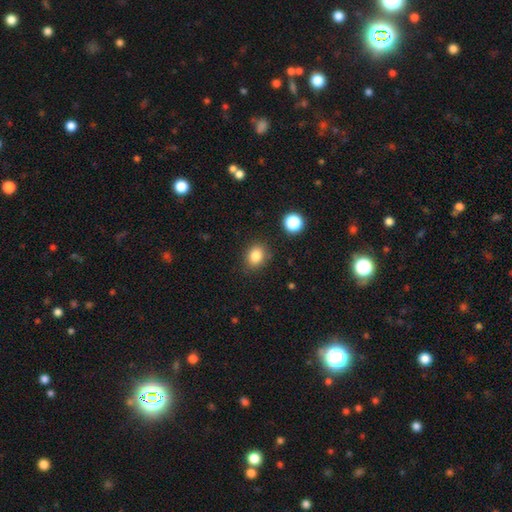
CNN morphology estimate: A smooth galaxy with no disk features (84%) that is in between round and cigar-shaped (53%). Merging: none (84%).